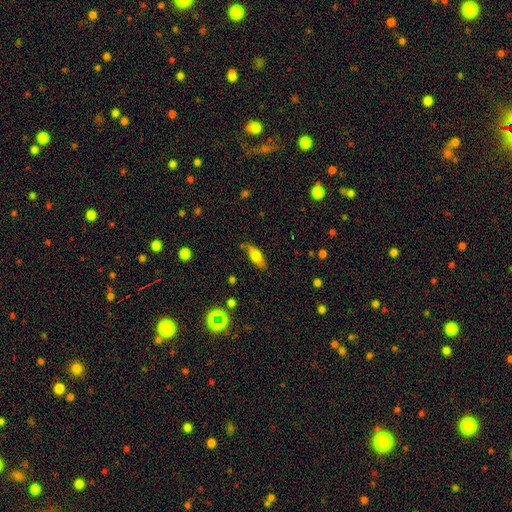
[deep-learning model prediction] Smooth or featured: smooth — 67% (featured or disk — 25%)
How rounded: in between — 67% (cigar-shaped — 29%)
Merging: none — 75% (minor disturbance — 19%)